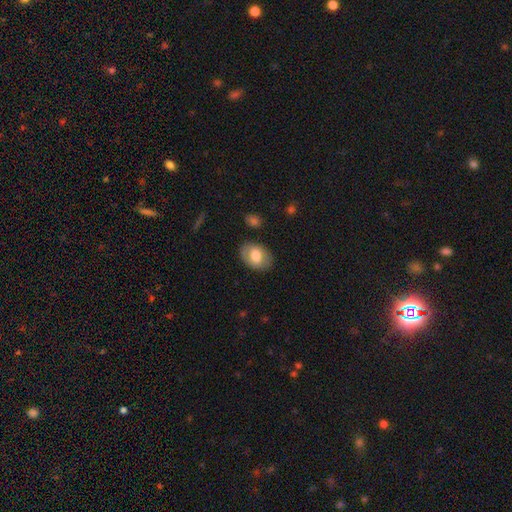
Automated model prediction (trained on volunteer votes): smooth 68%, featured or disk 26%, star or artifact 6%. Down the decision tree: how rounded — in between (82%); merging — none (82%).